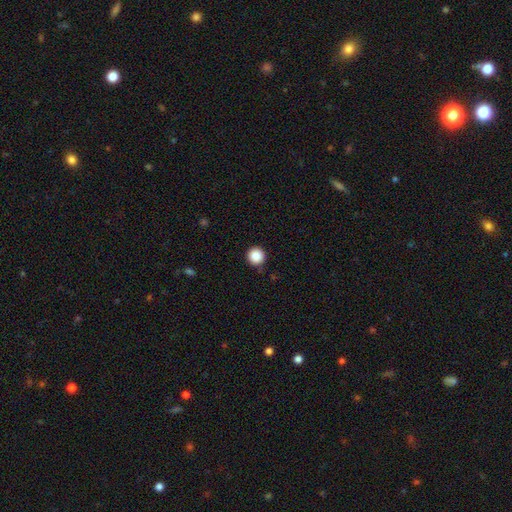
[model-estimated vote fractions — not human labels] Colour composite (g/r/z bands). It shows a smooth galaxy with no disk features (87%) that is round (96%). Merging: none (91%).